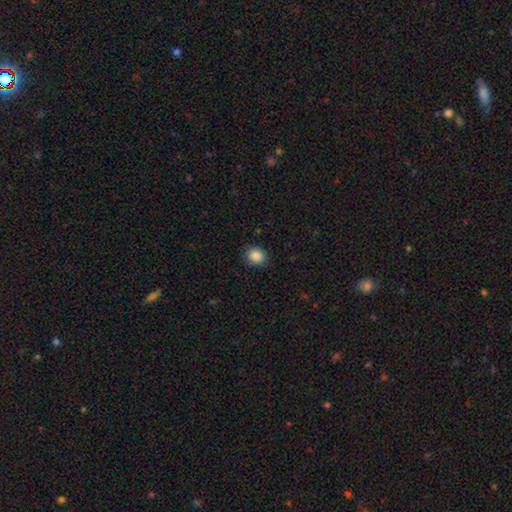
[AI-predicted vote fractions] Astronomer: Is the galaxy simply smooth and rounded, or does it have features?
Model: smooth — 87%.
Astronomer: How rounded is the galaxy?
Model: round — 71%.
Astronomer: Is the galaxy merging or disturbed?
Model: none — 88%.